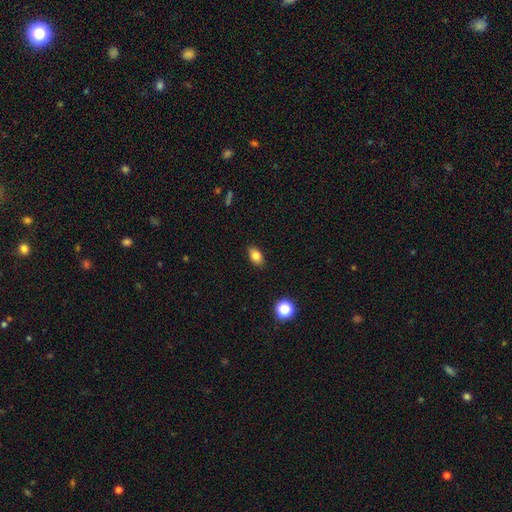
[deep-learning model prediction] Morphology: type=smooth (82%); roundness=in between (87%); merging=none (88%).